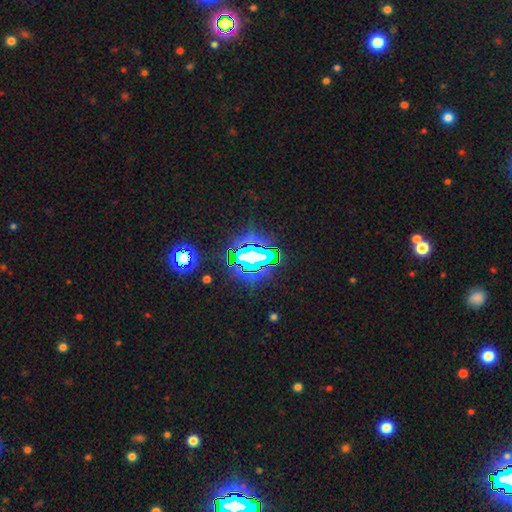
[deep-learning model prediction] smooth_or_featured: star or artifact (p=0.73) [alt: smooth p=0.14]